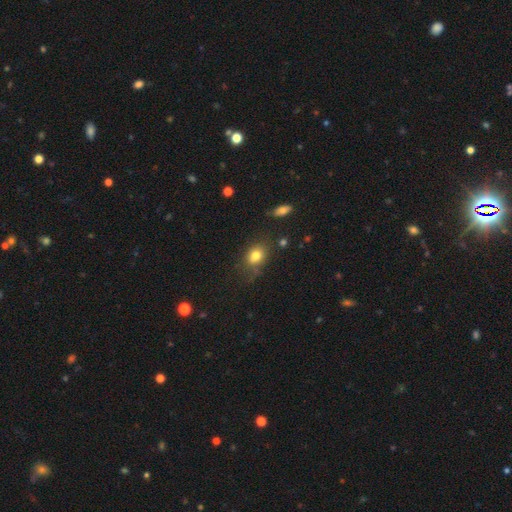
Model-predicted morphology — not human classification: The model was most divided on "how rounded": in between: 59%, round: 39%, cigar-shaped: 1%. More confident: smooth or featured — smooth (79%); merging — none (64%).